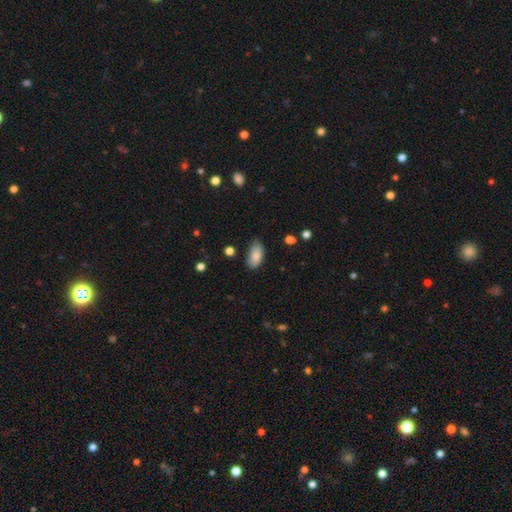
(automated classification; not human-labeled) Smooth or featured? Predicted: smooth (p=0.85). How rounded? Predicted: in between (p=0.91). Merging? Predicted: none (p=0.75).